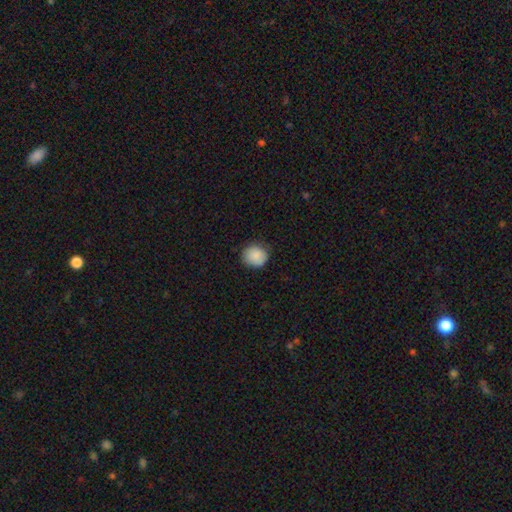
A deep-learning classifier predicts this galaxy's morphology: A smooth galaxy with no disk features (88%) that is round (86%).

Vote fractions:
- Smooth or featured? smooth: 88% / star or artifact: 8% / featured or disk: 4%
- How rounded? round: 86% / in between: 13% / cigar-shaped: 1%
- Merging? none: 82% / minor disturbance: 14% / major disturbance: 3% / merger: 1%